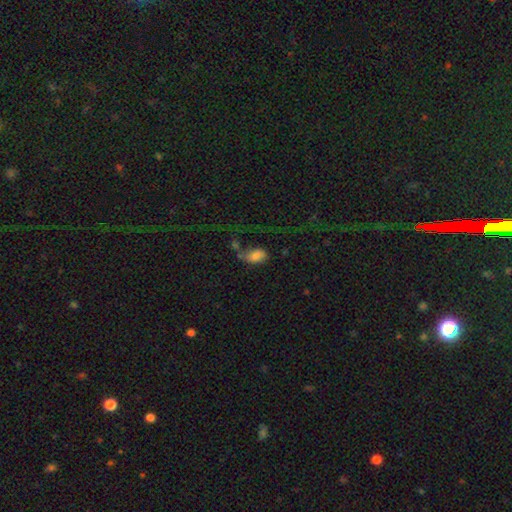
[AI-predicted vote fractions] Smooth or featured? Predicted: smooth (p=0.76). How rounded? Predicted: in between (p=0.86). Merging? Predicted: none (p=0.35).